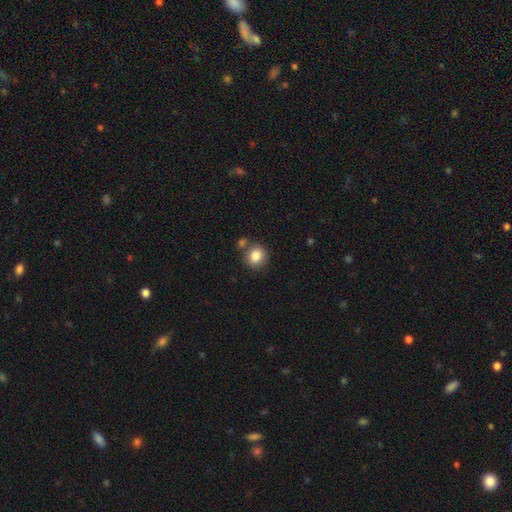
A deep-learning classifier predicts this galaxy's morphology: smooth_or_featured: smooth (p=0.84) [alt: star or artifact p=0.10]
how_rounded: round (p=0.78) [alt: in between p=0.21]
merging: none (p=0.72) [alt: merger p=0.14]